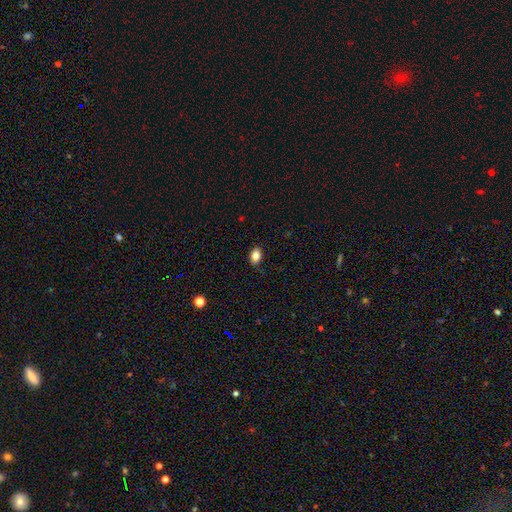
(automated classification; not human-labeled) Overall: smooth (83%). How rounded: in between (81%). Merging: none (83%).